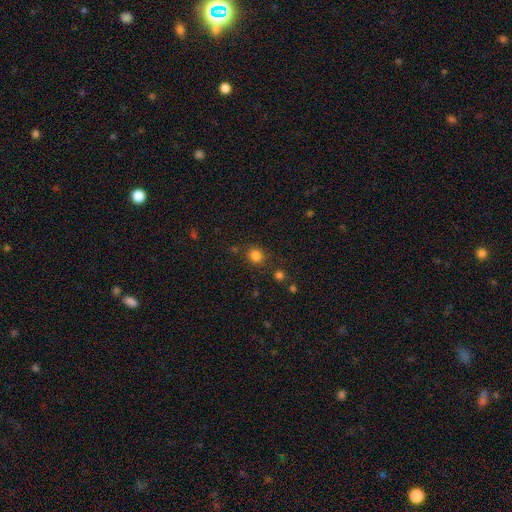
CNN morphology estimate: type=smooth (82%); roundness=round (87%); merging=none (82%).